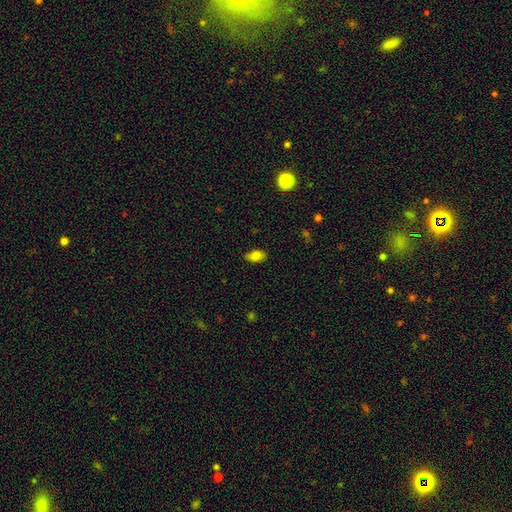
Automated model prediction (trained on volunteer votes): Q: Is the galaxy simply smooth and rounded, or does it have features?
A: smooth — 83%.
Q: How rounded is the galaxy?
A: in between — 91%.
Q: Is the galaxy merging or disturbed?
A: none — 84%.